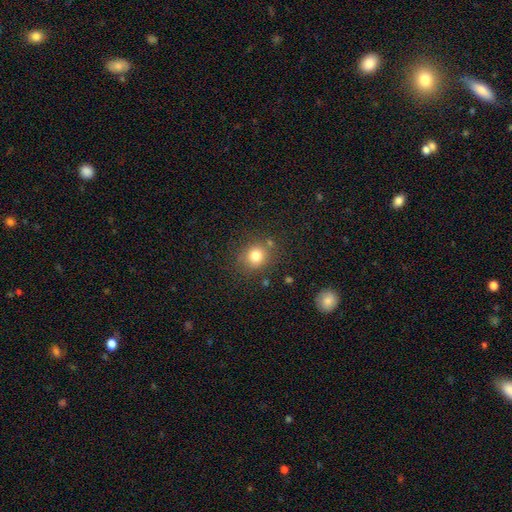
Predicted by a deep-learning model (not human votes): A smooth galaxy with no disk features (79%) that is round (79%). Merging: none (79%).